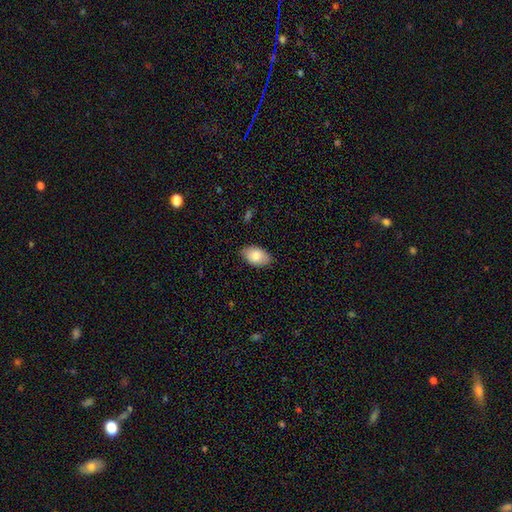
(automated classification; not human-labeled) smooth_or_featured: smooth (p=0.83) [alt: featured or disk p=0.10]
how_rounded: in between (p=0.93) [alt: round p=0.06]
merging: none (p=0.85) [alt: minor disturbance p=0.12]